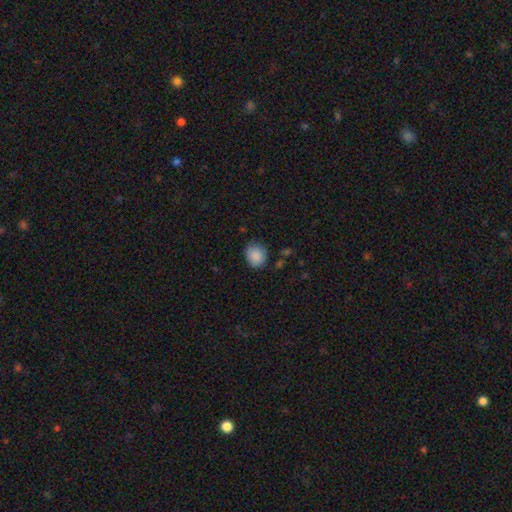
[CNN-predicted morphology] smooth_or_featured: smooth (p=0.88) [alt: star or artifact p=0.08]
how_rounded: round (p=0.72) [alt: in between p=0.27]
merging: none (p=0.77) [alt: minor disturbance p=0.17]